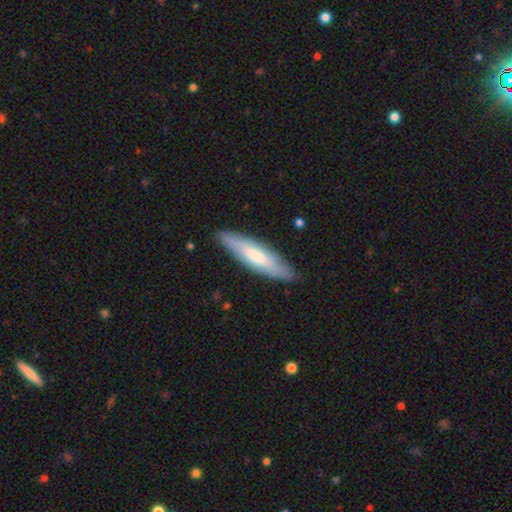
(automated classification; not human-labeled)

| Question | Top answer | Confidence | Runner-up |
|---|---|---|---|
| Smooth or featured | smooth | 57% | featured or disk (37%) |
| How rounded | cigar-shaped | 71% | in between (27%) |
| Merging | none | 85% | minor disturbance (12%) |